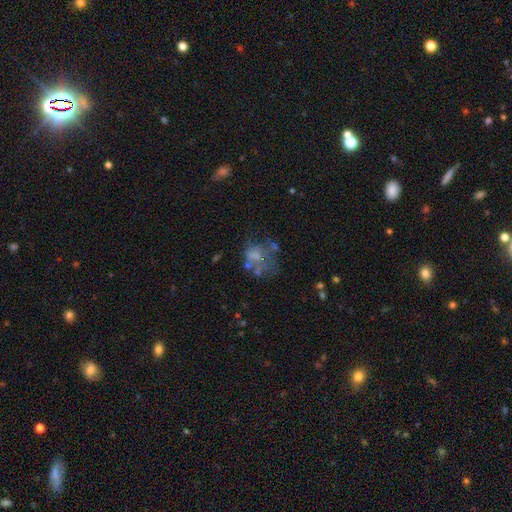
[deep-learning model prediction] A featured or disk galaxy (45%). Merging: major disturbance (35%).